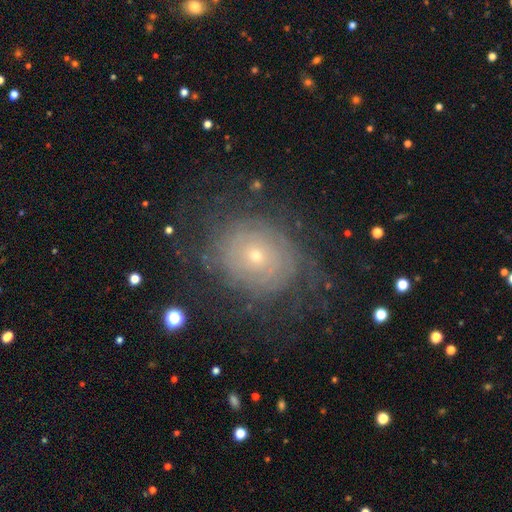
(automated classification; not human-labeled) smooth_or_featured: featured or disk (p=0.64) [alt: smooth p=0.24]
disk_edge_on: no (p=0.96) [alt: yes p=0.04]
bar: no (p=0.85) [alt: weak p=0.12]
has_spiral_arms: yes (p=0.77) [alt: no p=0.23]
bulge_size: small (p=0.76) [alt: moderate p=0.20]
merging: none (p=0.69) [alt: minor disturbance p=0.17]